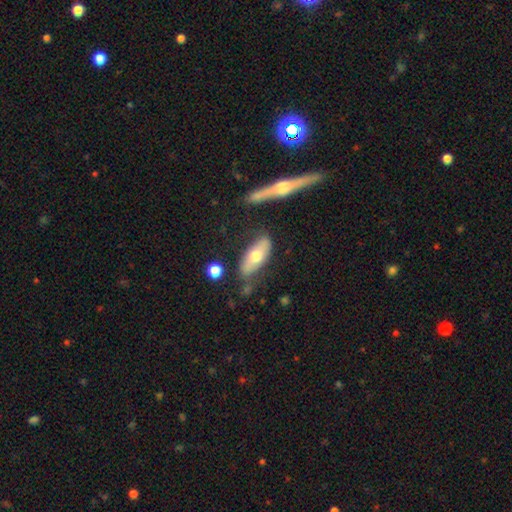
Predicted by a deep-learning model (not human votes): The model was most divided on "smooth or featured": smooth: 58%, featured or disk: 36%, star or artifact: 6%. More confident: how rounded — in between (73%); merging — none (71%).